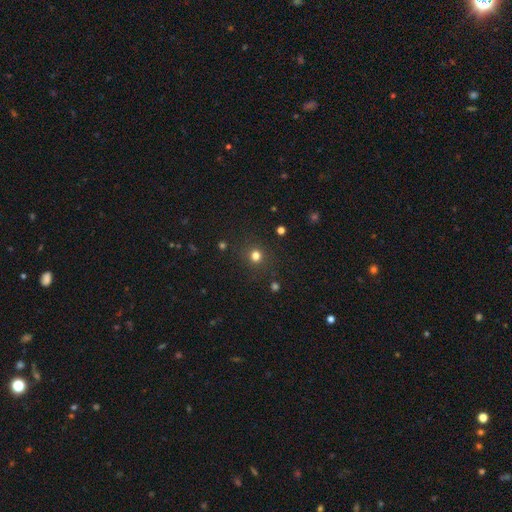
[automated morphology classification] smooth 76%, star or artifact 18%, featured or disk 6%. Down the decision tree: how rounded — round (89%); merging — none (87%).